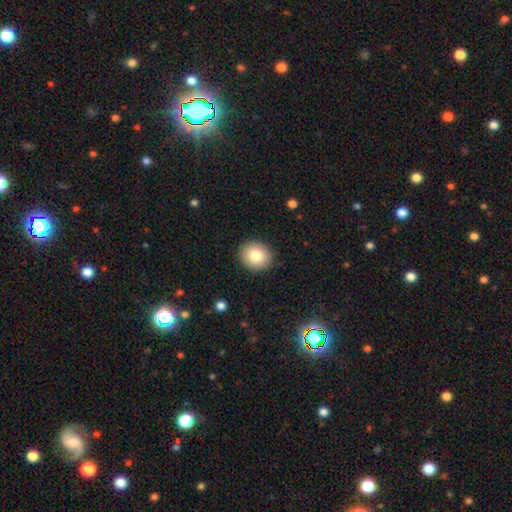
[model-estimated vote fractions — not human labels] Smooth or featured?
  - smooth: 81% *
  - featured or disk: 10%
  - star or artifact: 9%
How rounded?
  - round: 78% *
  - in between: 21%
  - cigar-shaped: 1%
Merging?
  - none: 90% *
  - minor disturbance: 7%
  - major disturbance: 2%
  - merger: 1%